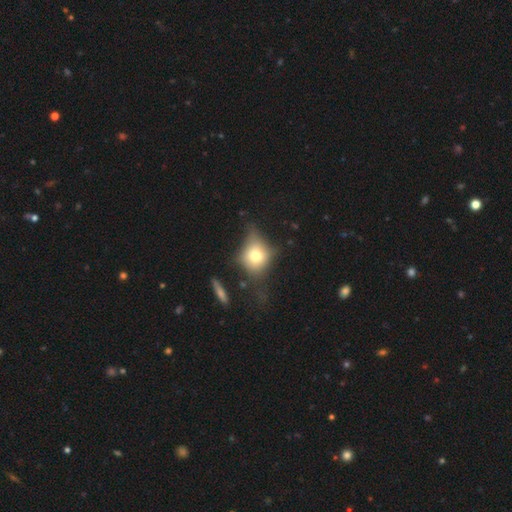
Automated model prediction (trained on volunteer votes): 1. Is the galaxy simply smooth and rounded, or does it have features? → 61% smooth, 26% featured or disk, 13% star or artifact.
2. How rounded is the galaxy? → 62% round, 35% in between, 2% cigar-shaped.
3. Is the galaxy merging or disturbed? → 46% none, 28% minor disturbance, 22% major disturbance, 5% merger.